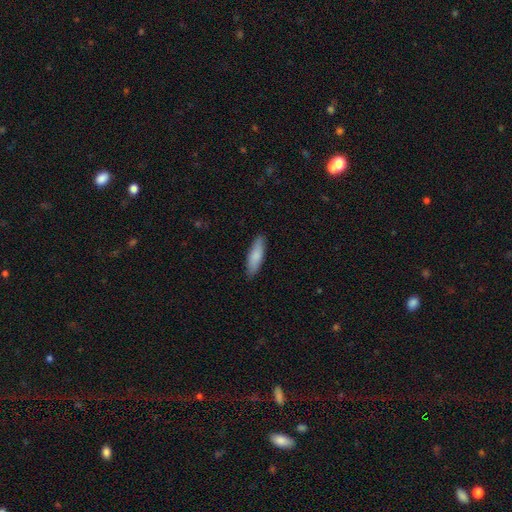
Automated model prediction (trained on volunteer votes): Morphology: type=smooth (84%); roundness=cigar-shaped (55%); merging=none (88%).